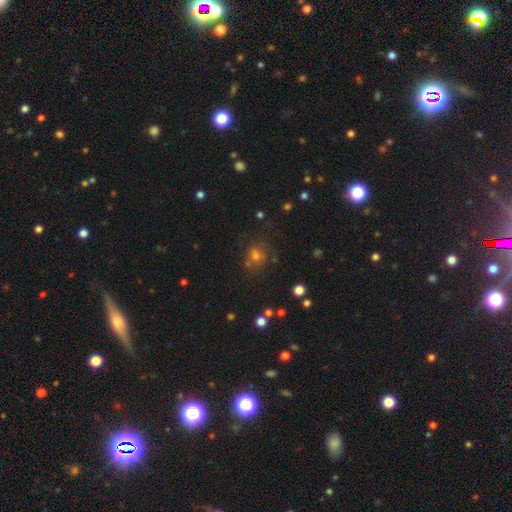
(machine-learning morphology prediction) smooth 56%, star or artifact 27%, featured or disk 17%. Down the decision tree: how rounded — round (75%); merging — none (66%).